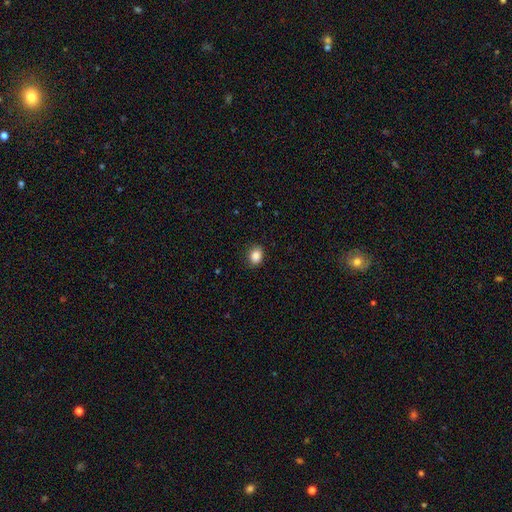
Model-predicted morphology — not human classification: This is clearly a smooth galaxy (87%). How rounded: possibly in between (54%). Merging: clearly none (88%).